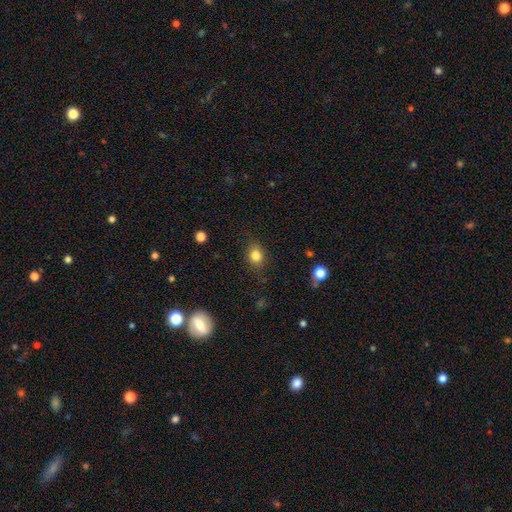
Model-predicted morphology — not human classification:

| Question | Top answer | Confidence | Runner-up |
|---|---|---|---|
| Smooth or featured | smooth | 82% | star or artifact (11%) |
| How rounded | round | 49% | tied: in between (49%) |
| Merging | none | 80% | minor disturbance (15%) |